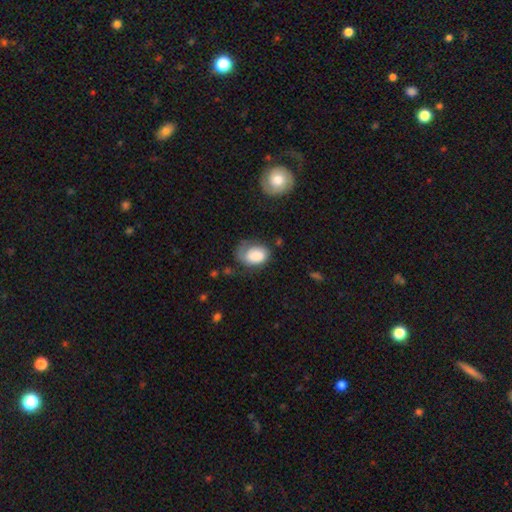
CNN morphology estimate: Smooth or featured: smooth — 70% (featured or disk — 23%)
How rounded: in between — 80% (round — 18%)
Merging: none — 39% (minor disturbance — 32%)